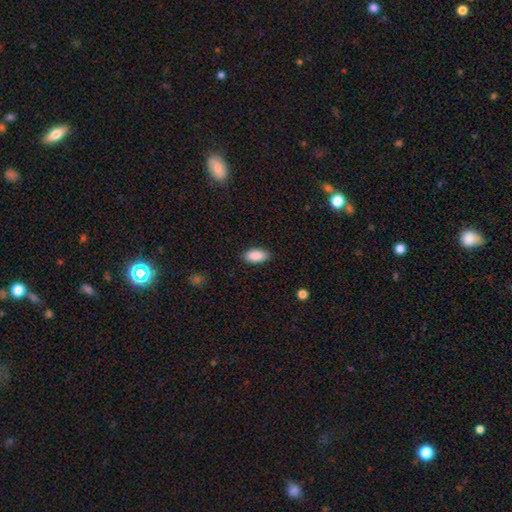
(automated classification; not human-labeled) A smooth galaxy with no disk features (90%) that is in between round and cigar-shaped (93%).

Vote fractions:
- Smooth or featured? smooth: 90% / star or artifact: 7% / featured or disk: 4%
- How rounded? in between: 93% / cigar-shaped: 4% / round: 3%
- Merging? none: 87% / minor disturbance: 10% / major disturbance: 2% / merger: 1%